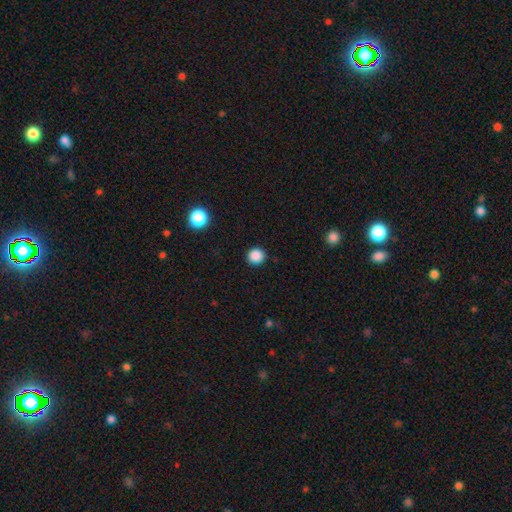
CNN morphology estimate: Smooth or featured?
  - smooth: 87% *
  - star or artifact: 11%
  - featured or disk: 2%
How rounded?
  - round: 94% *
  - in between: 5%
  - cigar-shaped: 1%
Merging?
  - none: 92% *
  - minor disturbance: 5%
  - major disturbance: 2%
  - merger: 1%